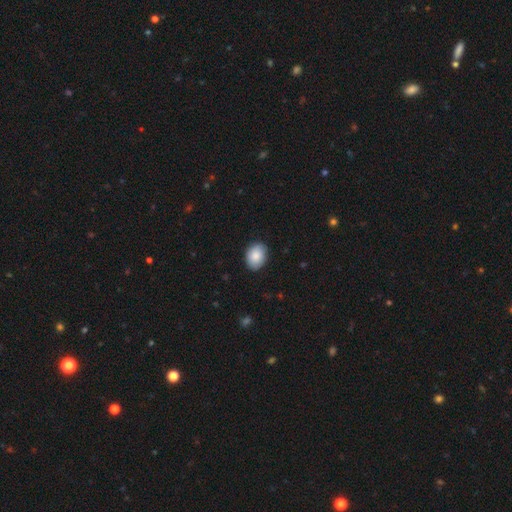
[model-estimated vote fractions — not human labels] Smooth or featured? Predicted: smooth (p=0.88). How rounded? Predicted: in between (p=0.68). Merging? Predicted: none (p=0.87).